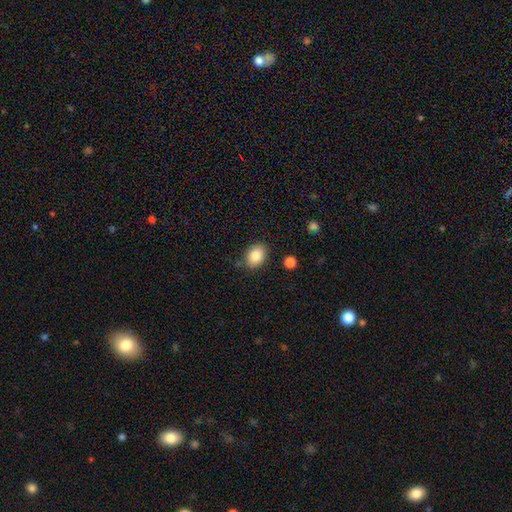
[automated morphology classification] Smooth or featured: smooth — 86% (star or artifact — 8%)
How rounded: in between — 69% (round — 30%)
Merging: none — 81% (minor disturbance — 13%)